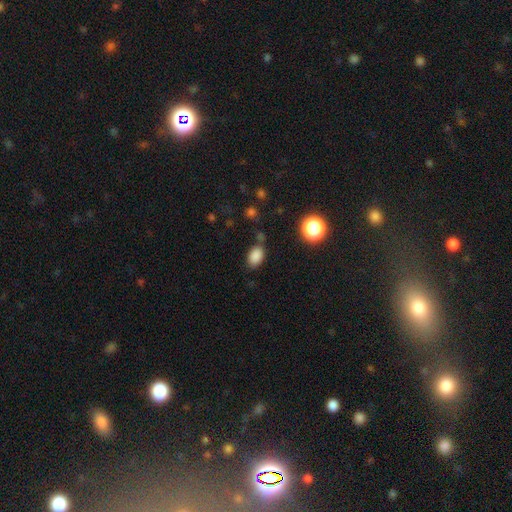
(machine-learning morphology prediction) This is clearly a smooth galaxy (84%). How rounded: likely in between (80%). Merging: likely none (76%).